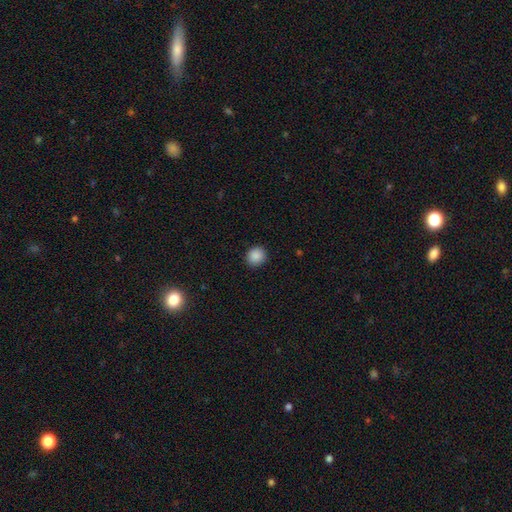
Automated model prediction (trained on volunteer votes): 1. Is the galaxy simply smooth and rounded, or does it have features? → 88% smooth, 9% star or artifact, 3% featured or disk.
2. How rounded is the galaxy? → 86% round, 13% in between, 1% cigar-shaped.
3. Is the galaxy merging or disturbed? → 90% none, 7% minor disturbance, 2% major disturbance, 1% merger.